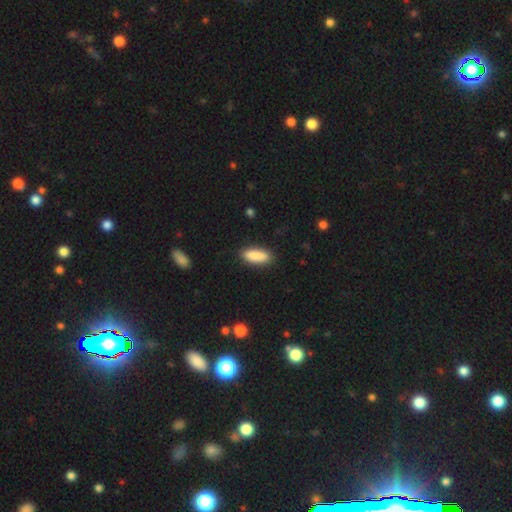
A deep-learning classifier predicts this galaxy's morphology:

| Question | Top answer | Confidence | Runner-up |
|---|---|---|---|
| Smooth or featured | smooth | 87% | featured or disk (6%) |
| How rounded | in between | 58% | cigar-shaped (41%) |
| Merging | none | 87% | minor disturbance (9%) |